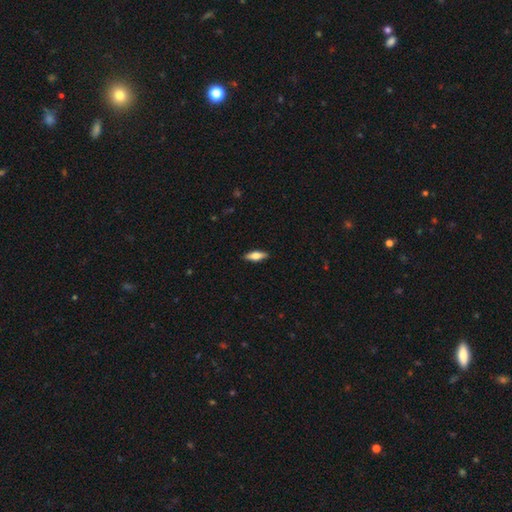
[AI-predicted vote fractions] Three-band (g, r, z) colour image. It shows a smooth galaxy with no disk features (62%) that is in between round and cigar-shaped (55%). Merging: none (90%).